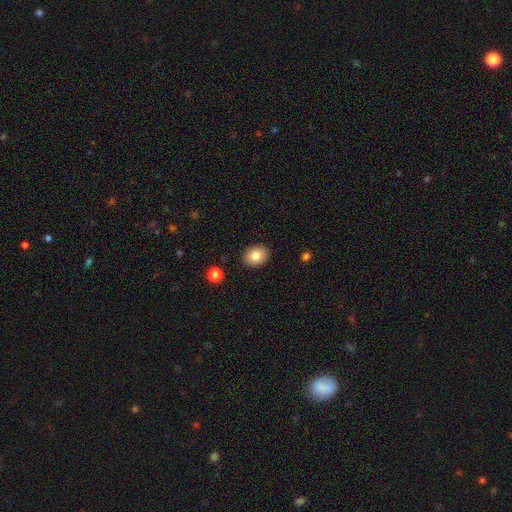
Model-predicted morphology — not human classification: The model was most divided on "how rounded": round: 51%, in between: 48%, cigar-shaped: 1%. More confident: merging — none (90%); smooth or featured — smooth (83%).